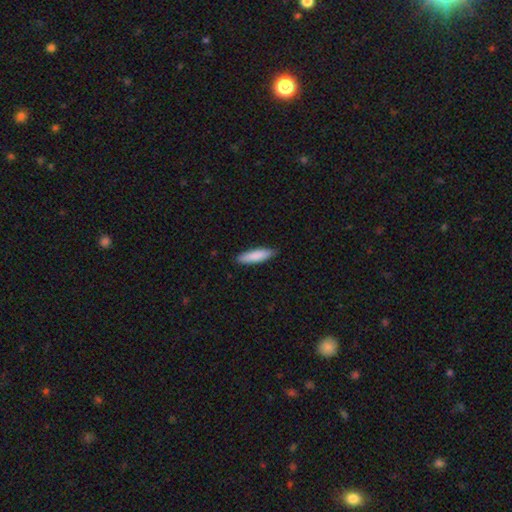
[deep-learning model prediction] Q: Smooth or featured?
A: smooth (85%); runner-up: featured or disk (9%)
Q: How rounded?
A: cigar-shaped (71%); runner-up: in between (27%)
Q: Merging?
A: none (85%); runner-up: minor disturbance (12%)